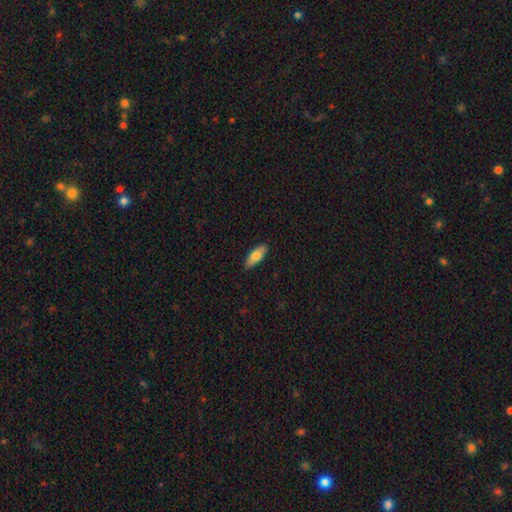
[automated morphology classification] Smooth or featured? Predicted: smooth (p=0.77). How rounded? Predicted: in between (p=0.73). Merging? Predicted: none (p=0.89).